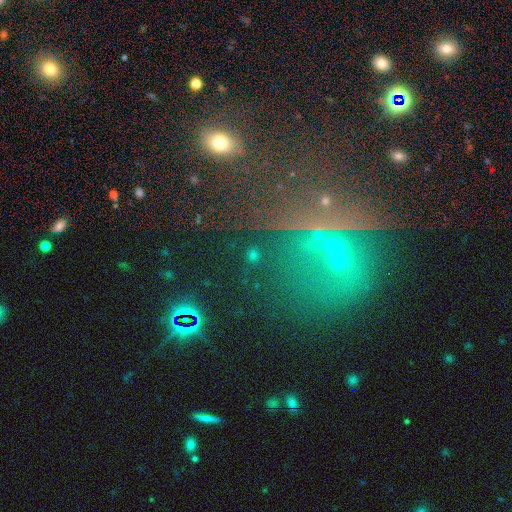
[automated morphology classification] Smooth or featured?
  - star or artifact: 54% *
  - smooth: 31%
  - featured or disk: 15%